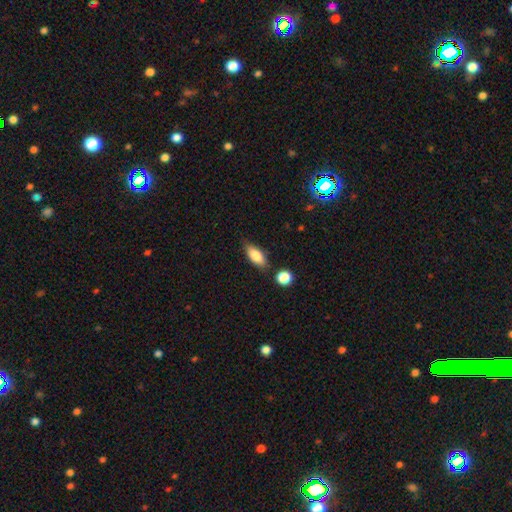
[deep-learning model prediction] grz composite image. It shows a smooth galaxy with no disk features (81%) that is in between round and cigar-shaped (82%). Merging: none (77%).